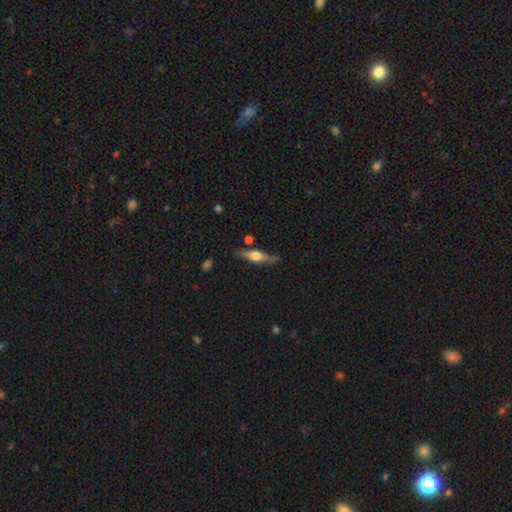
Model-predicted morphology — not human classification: A featured or disk galaxy (59%) viewed edge-on (93%) with a rounded central bulge (88%).

Vote fractions:
- Smooth or featured? featured or disk: 59% / smooth: 35% / star or artifact: 6%
- Edge-on disk? yes: 93% / no: 7%
- Edge-on bulge? rounded: 88% / boxy: 10% / none: 2%
- Merging? none: 76% / minor disturbance: 16% / major disturbance: 4% / merger: 4%